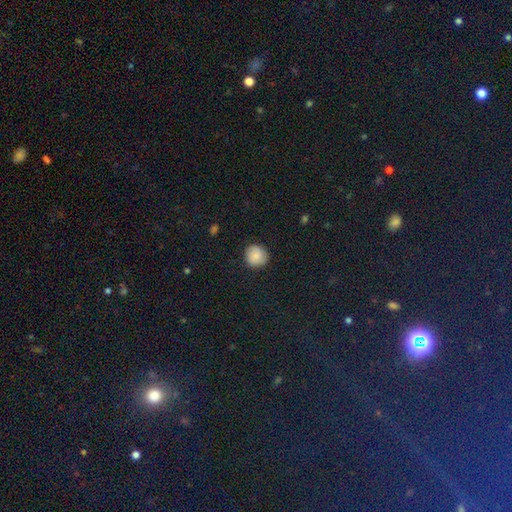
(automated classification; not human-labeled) Smooth or featured?
  - smooth: 80% *
  - featured or disk: 11%
  - star or artifact: 9%
How rounded?
  - round: 88% *
  - in between: 11%
  - cigar-shaped: 1%
Merging?
  - none: 85% *
  - minor disturbance: 11%
  - major disturbance: 3%
  - merger: 1%